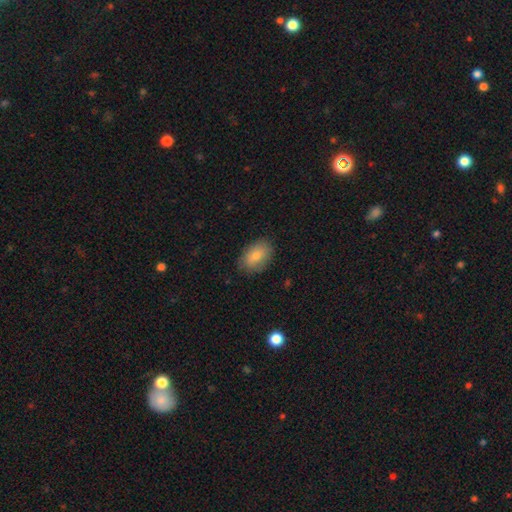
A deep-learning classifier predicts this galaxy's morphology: Smooth or featured? smooth (79%)
How rounded? in between (88%)
Merging? none (84%)